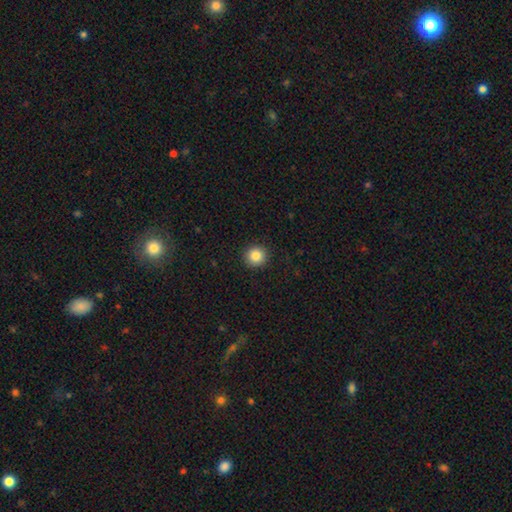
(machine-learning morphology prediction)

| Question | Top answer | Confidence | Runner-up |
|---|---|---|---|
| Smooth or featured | smooth | 85% | star or artifact (10%) |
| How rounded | round | 94% | in between (6%) |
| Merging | none | 92% | minor disturbance (5%) |